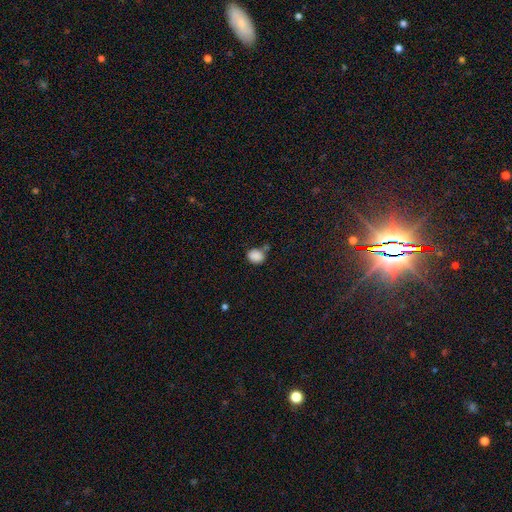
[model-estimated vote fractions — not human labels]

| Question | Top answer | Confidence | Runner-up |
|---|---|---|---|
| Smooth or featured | smooth | 87% | star or artifact (10%) |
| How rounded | round | 50% | in between (49%) |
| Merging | none | 61% | minor disturbance (20%) |